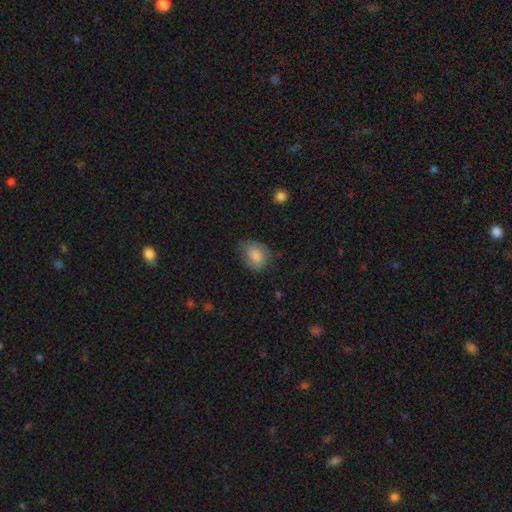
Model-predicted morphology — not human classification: A smooth galaxy with no disk features (75%) that is in between round and cigar-shaped (62%). Merging: none (55%).